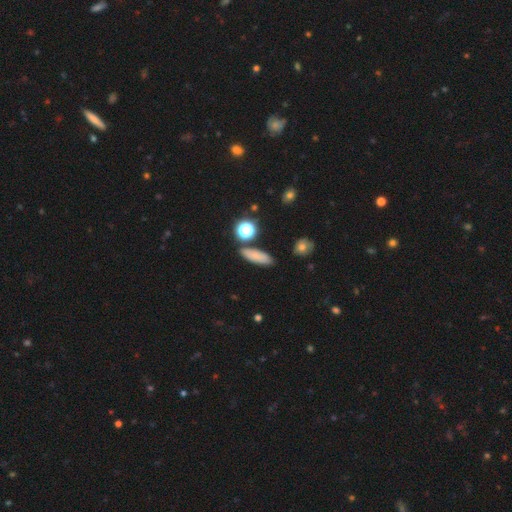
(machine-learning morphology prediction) Smooth or featured? smooth (75%)
How rounded? in between (48%)
Merging? none (80%)